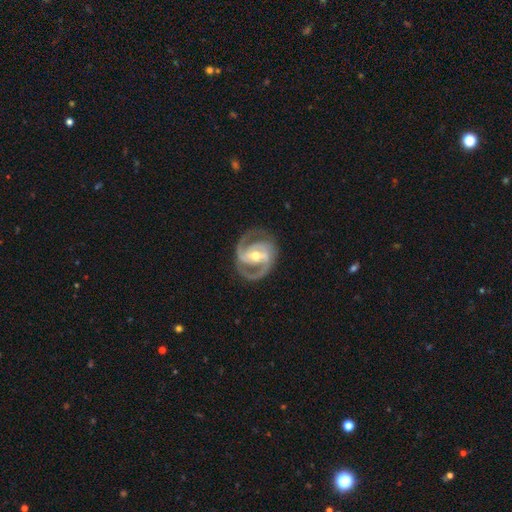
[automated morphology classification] smooth-or-featured: featured or disk: 92% | smooth: 4% | star or artifact: 4%
  disk-edge-on: no: 98% | yes: 2%
    bar: strong: 41% | weak: 38% | no: 20%
    has-spiral-arms: yes: 98% | no: 2%
      spiral-winding: medium: 54% | tight: 37% | loose: 9%
      spiral-arm-count: 2: 82% | 3: 10% | can't tell: 3% | 1: 2% | 4: 1% | more than 4: 1%
    bulge-size: moderate: 61% | small: 34% | large: 3% | none: 1% | dominant: 1%
  merging: none: 79% | minor disturbance: 14% | major disturbance: 6% | merger: 1%